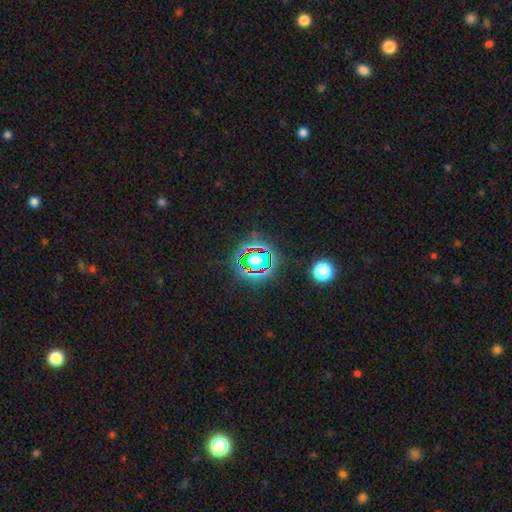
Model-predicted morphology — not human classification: The model was most divided on "smooth or featured": star or artifact: 75%, smooth: 15%, featured or disk: 10%.